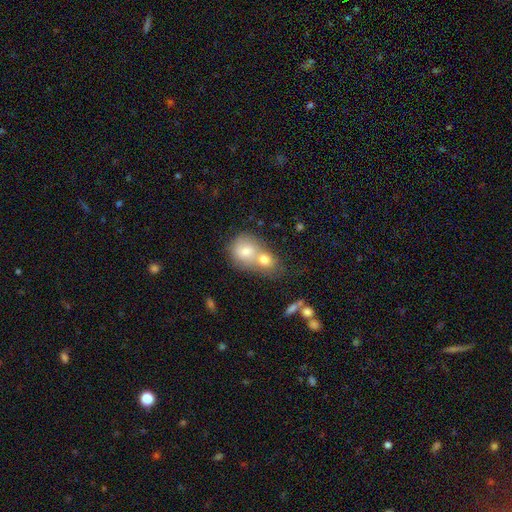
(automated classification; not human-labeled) smooth_or_featured: smooth (p=0.66) [alt: featured or disk p=0.21]
how_rounded: round (p=0.69) [alt: in between p=0.29]
merging: merger (p=0.68) [alt: none p=0.22]